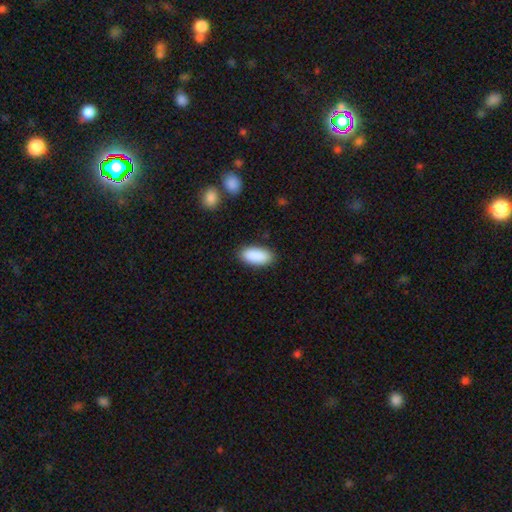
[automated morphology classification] Smooth or featured? Predicted: smooth (p=0.91). How rounded? Predicted: in between (p=0.90). Merging? Predicted: none (p=0.88).